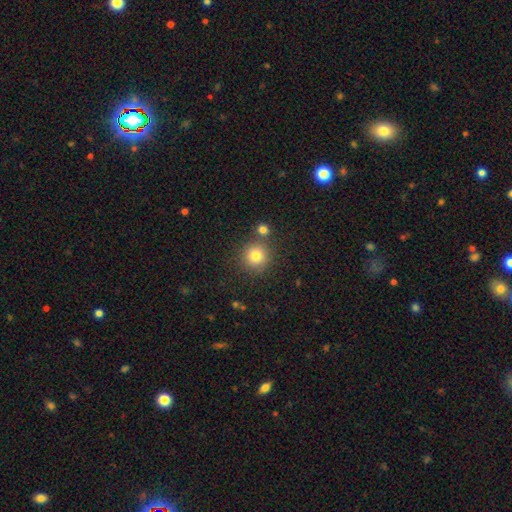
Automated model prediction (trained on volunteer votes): smooth-or-featured: smooth: 81% | star or artifact: 12% | featured or disk: 7%
  how-rounded: round: 93% | in between: 6% | cigar-shaped: 1%
  merging: none: 76% | merger: 13% | minor disturbance: 8% | major disturbance: 3%